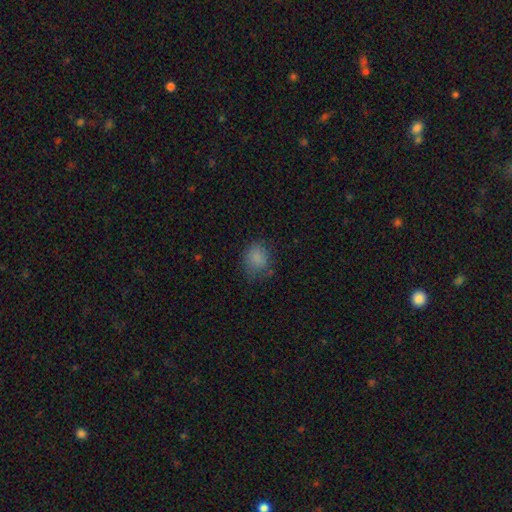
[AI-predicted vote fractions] This appears to be a smooth galaxy with no disk features (82%) that is round (58%). Merging: none (65%).